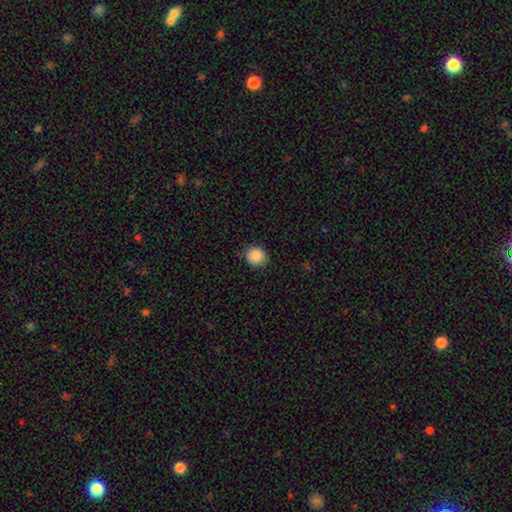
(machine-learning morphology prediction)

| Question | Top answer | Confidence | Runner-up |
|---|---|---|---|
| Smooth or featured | smooth | 89% | star or artifact (9%) |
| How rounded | round | 90% | in between (9%) |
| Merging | none | 89% | minor disturbance (8%) |